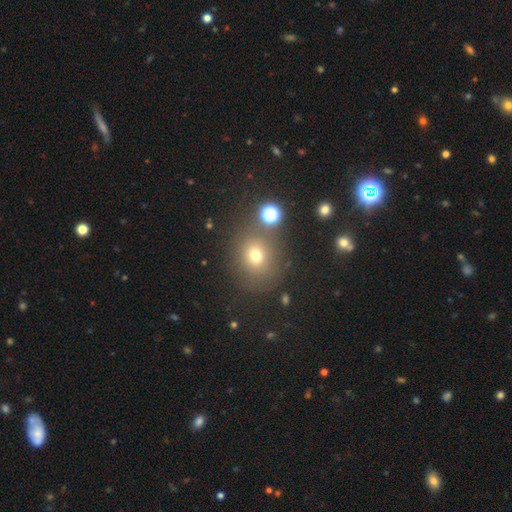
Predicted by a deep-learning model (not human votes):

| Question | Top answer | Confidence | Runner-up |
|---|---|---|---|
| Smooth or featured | smooth | 70% | star or artifact (19%) |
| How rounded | round | 78% | in between (21%) |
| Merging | none | 76% | minor disturbance (11%) |